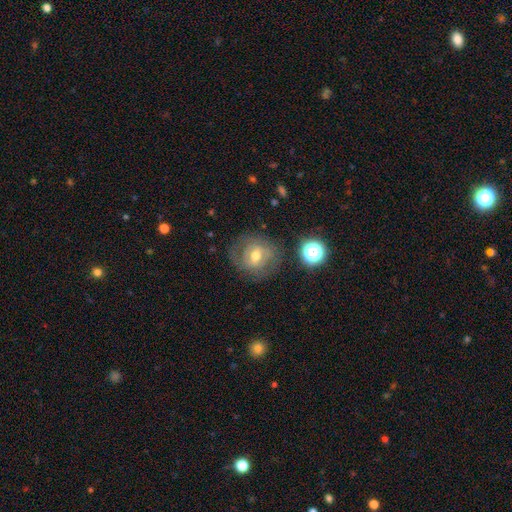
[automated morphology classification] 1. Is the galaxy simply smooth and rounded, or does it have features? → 51% featured or disk, 37% smooth, 12% star or artifact.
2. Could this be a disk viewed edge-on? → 95% no, 5% yes.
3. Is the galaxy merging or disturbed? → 72% none, 17% minor disturbance, 9% major disturbance, 2% merger.